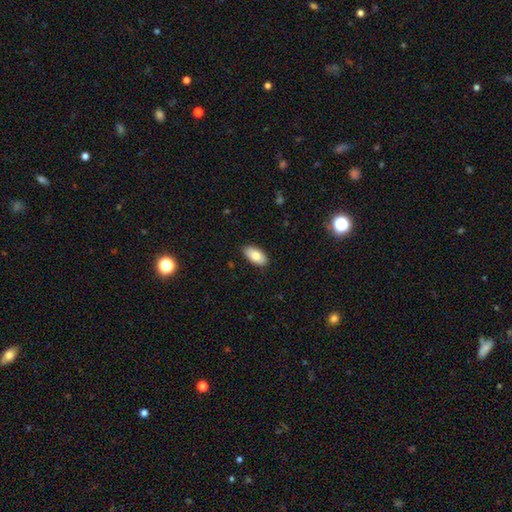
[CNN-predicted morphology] type=smooth (80%); roundness=in between (94%); merging=none (88%).